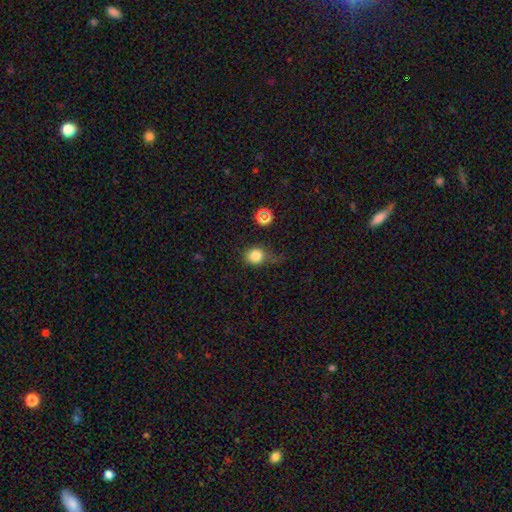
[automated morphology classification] This is clearly a smooth galaxy (80%). How rounded: clearly round (80%). Merging: possibly none (52%).